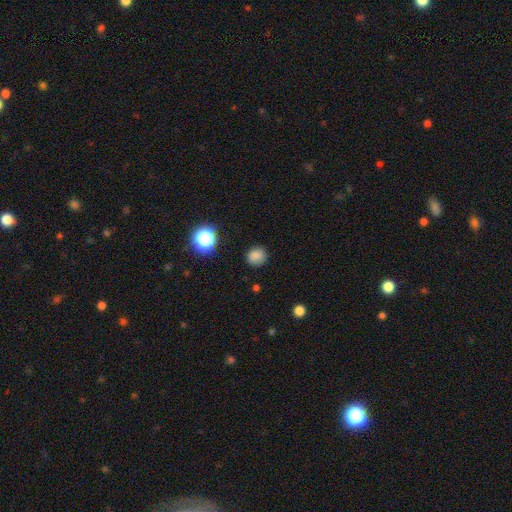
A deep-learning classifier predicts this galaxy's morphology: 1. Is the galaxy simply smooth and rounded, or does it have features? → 82% smooth, 13% star or artifact, 4% featured or disk.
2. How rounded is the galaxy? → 84% round, 15% in between, 1% cigar-shaped.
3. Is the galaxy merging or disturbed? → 86% none, 10% minor disturbance, 3% major disturbance, 1% merger.